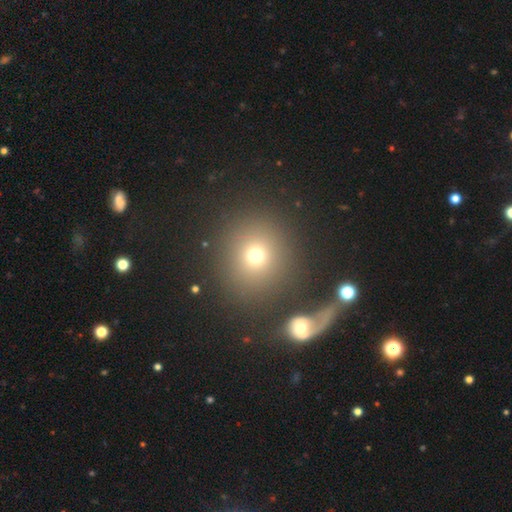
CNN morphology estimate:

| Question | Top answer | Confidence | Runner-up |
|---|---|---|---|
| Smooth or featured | smooth | 71% | star or artifact (18%) |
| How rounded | round | 87% | in between (12%) |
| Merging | none | 77% | merger (10%) |